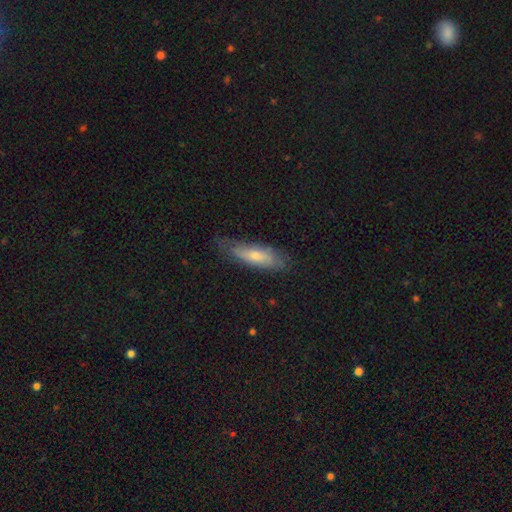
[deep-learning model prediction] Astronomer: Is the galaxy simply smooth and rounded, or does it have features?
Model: smooth — 62%.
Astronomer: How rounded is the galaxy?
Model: cigar-shaped — 51% (runner-up: in between, 46%).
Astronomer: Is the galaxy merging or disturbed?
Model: none — 70%.